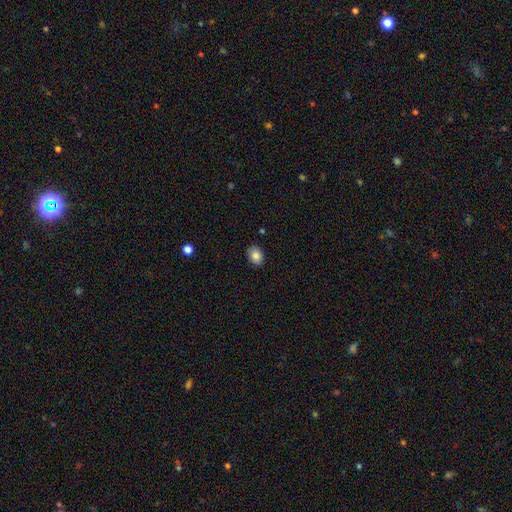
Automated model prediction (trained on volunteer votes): Morphology: type=smooth (85%); roundness=in between (67%); merging=none (86%).